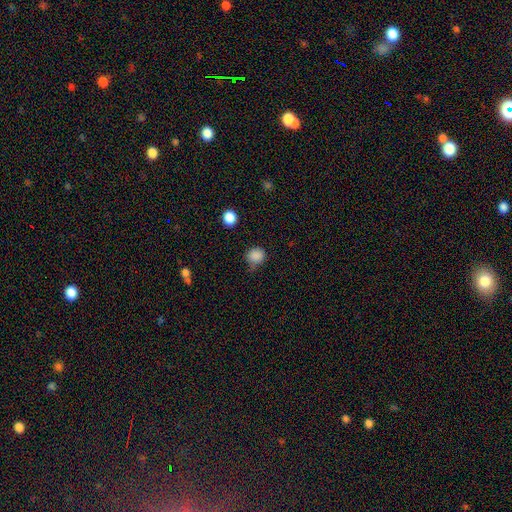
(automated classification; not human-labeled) Smooth or featured? Predicted: smooth (p=0.85). How rounded? Predicted: round (p=0.84). Merging? Predicted: none (p=0.60).